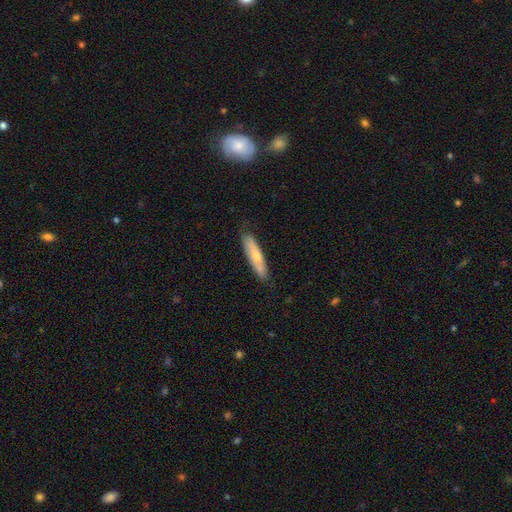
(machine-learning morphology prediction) Q: Smooth or featured?
A: smooth (63%); runner-up: featured or disk (32%)
Q: How rounded?
A: cigar-shaped (79%); runner-up: in between (19%)
Q: Merging?
A: none (79%); runner-up: minor disturbance (16%)